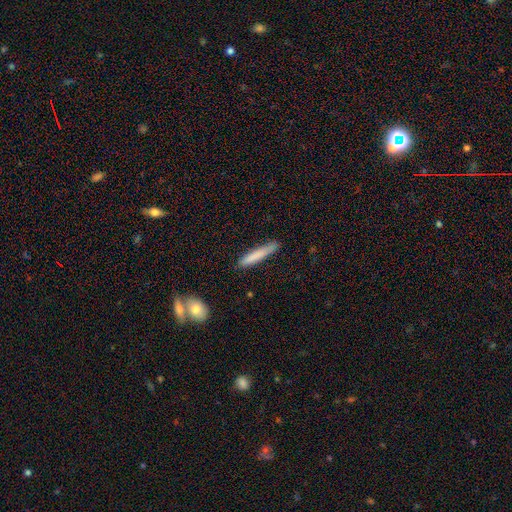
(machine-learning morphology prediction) smooth 78%, featured or disk 16%, star or artifact 6%. Down the decision tree: how rounded — cigar-shaped (94%); merging — none (82%).